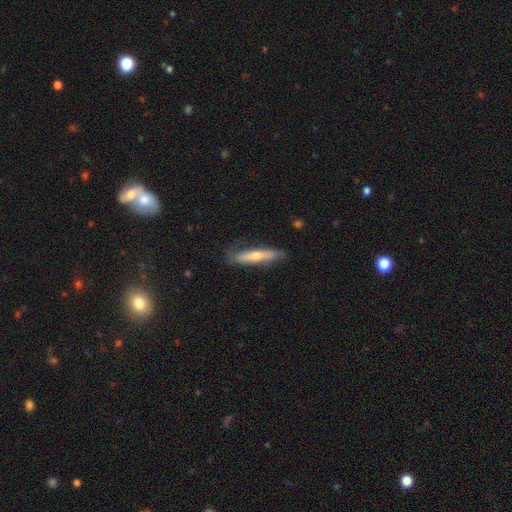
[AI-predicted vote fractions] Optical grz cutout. It shows a smooth galaxy with no disk features (49%). Merging: none (73%).